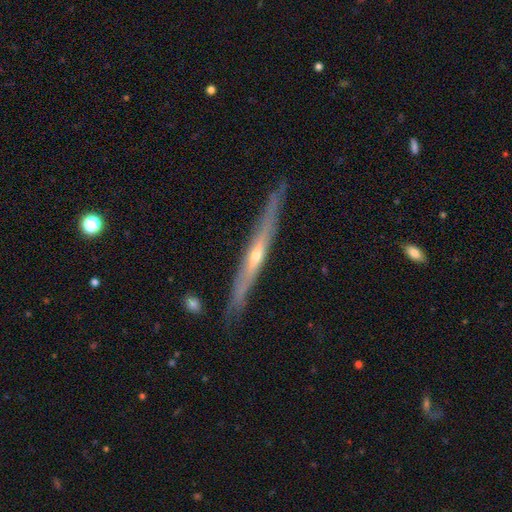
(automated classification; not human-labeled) Q: Smooth or featured?
A: featured or disk (77%); runner-up: smooth (17%)
Q: Edge-on disk?
A: yes (96%); runner-up: no (4%)
Q: Edge-on bulge?
A: rounded (70%); runner-up: none (27%)
Q: Merging?
A: none (86%); runner-up: minor disturbance (10%)